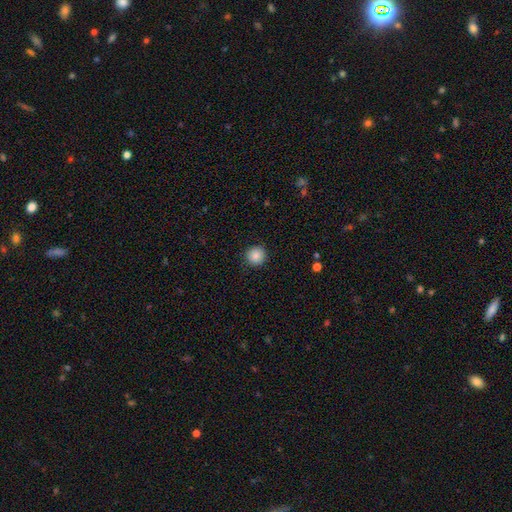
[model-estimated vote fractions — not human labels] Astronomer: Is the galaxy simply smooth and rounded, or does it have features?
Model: smooth — 87%.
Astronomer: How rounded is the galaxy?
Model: round — 94%.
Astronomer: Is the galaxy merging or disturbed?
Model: none — 90%.